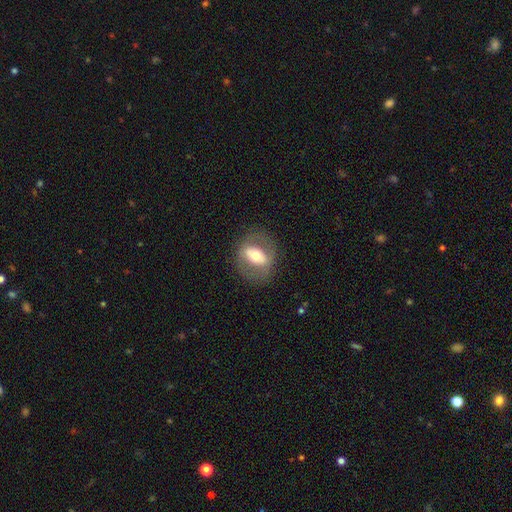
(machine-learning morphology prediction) The model was most divided on "smooth or featured": featured or disk: 55%, smooth: 37%, star or artifact: 7%. More confident: edge-on disk — no (83%); merging — none (79%).